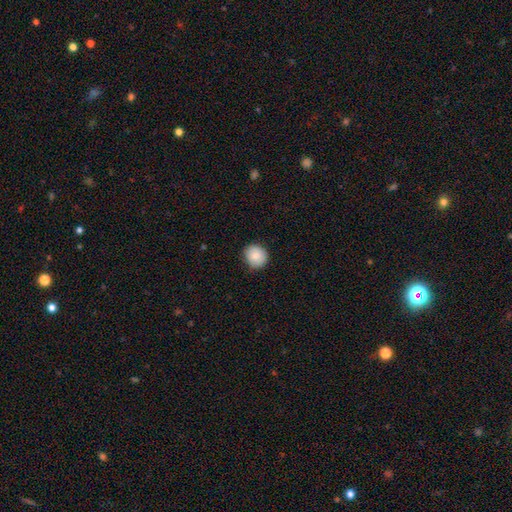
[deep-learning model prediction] smooth_or_featured: smooth (p=0.83) [alt: featured or disk p=0.09]
how_rounded: round (p=0.86) [alt: in between p=0.14]
merging: none (p=0.84) [alt: minor disturbance p=0.13]